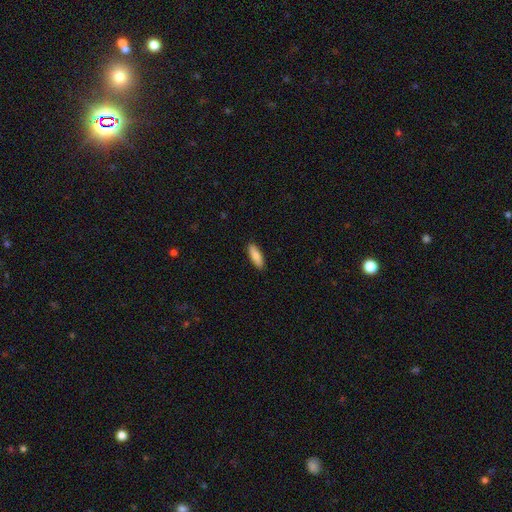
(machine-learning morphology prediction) A smooth galaxy with no disk features (83%) that is in between round and cigar-shaped (50%). Merging: none (90%).